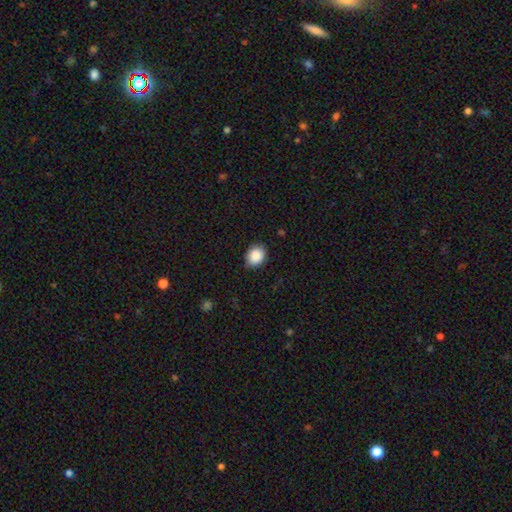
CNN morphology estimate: The model was most divided on "how rounded": round: 57%, in between: 42%, cigar-shaped: 1%. More confident: smooth or featured — smooth (88%); merging — none (82%).